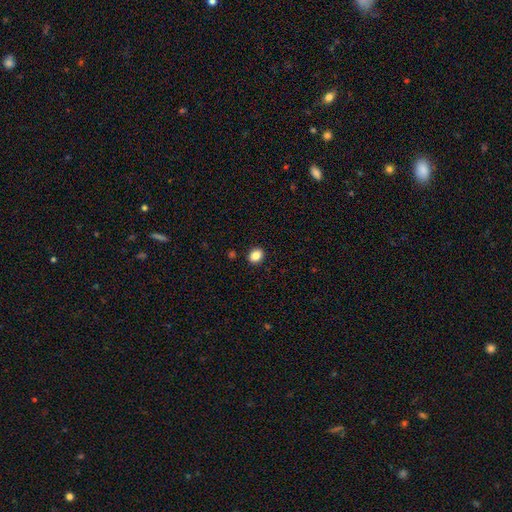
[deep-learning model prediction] Smooth or featured?
  - smooth: 86% *
  - star or artifact: 10%
  - featured or disk: 4%
How rounded?
  - in between: 51% *
  - round: 48%
  - cigar-shaped: 1%
Merging?
  - none: 91% *
  - minor disturbance: 6%
  - major disturbance: 2%
  - merger: 1%